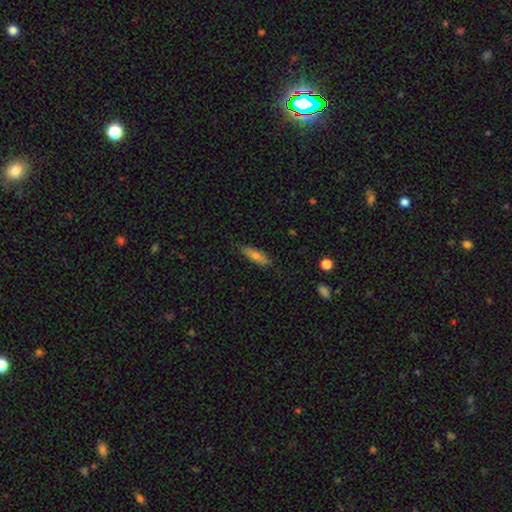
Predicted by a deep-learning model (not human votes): smooth_or_featured: smooth (p=0.65) [alt: featured or disk p=0.28]
how_rounded: cigar-shaped (p=0.59) [alt: in between p=0.39]
merging: none (p=0.79) [alt: minor disturbance p=0.17]